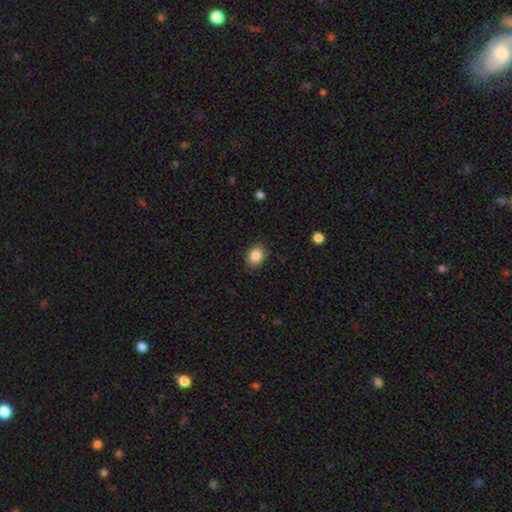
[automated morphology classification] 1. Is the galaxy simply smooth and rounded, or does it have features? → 86% smooth, 9% star or artifact, 5% featured or disk.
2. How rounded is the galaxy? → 60% in between, 39% round, 1% cigar-shaped.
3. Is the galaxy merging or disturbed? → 86% none, 10% minor disturbance, 2% major disturbance, 1% merger.